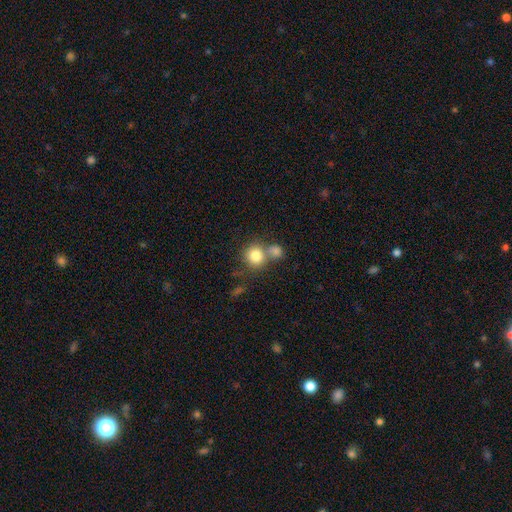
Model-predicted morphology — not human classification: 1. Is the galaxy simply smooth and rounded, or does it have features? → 81% smooth, 10% star or artifact, 9% featured or disk.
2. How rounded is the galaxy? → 85% round, 14% in between, 1% cigar-shaped.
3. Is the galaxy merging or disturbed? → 48% none, 39% merger, 9% minor disturbance, 4% major disturbance.